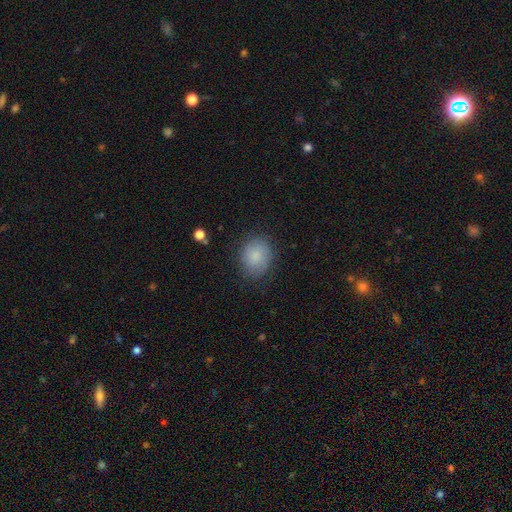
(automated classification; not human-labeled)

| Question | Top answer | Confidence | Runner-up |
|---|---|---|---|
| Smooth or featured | smooth | 83% | featured or disk (9%) |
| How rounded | round | 62% | in between (38%) |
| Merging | none | 78% | minor disturbance (17%) |